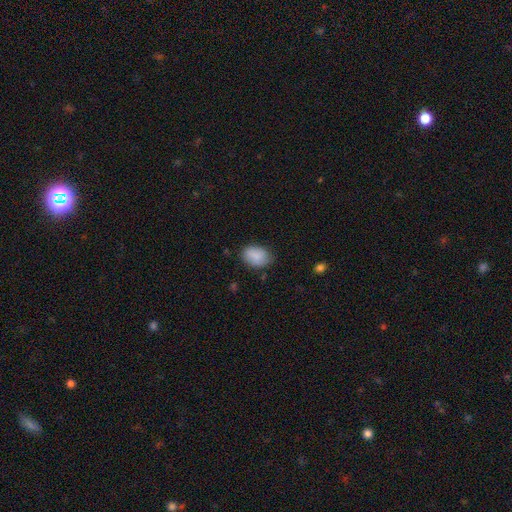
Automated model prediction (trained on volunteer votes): A smooth galaxy with no disk features (87%) that is in between round and cigar-shaped (80%). Merging: none (75%).